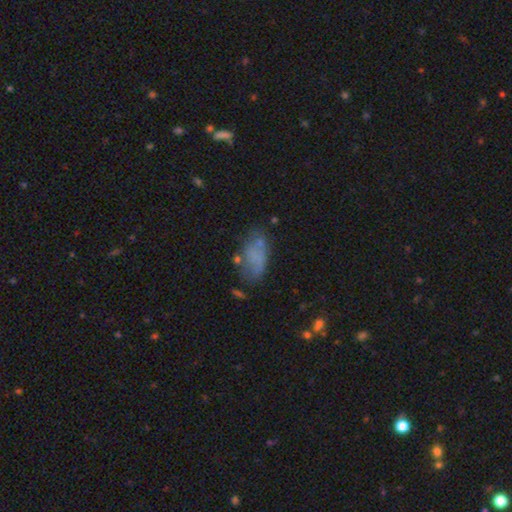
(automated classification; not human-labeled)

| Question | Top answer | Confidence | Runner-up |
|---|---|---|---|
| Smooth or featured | smooth | 63% | featured or disk (25%) |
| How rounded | in between | 88% | cigar-shaped (7%) |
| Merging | none | 49% | minor disturbance (27%) |